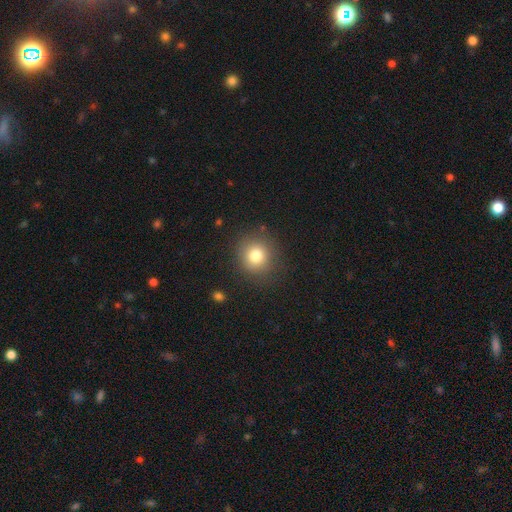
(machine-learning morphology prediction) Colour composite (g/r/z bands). It shows a smooth galaxy with no disk features (79%) that is round (89%). Merging: none (85%).